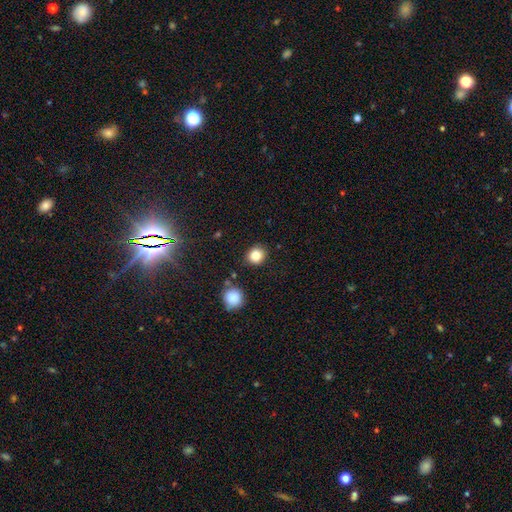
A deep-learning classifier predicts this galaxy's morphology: The model was most divided on "how rounded": round: 84%, in between: 15%, cigar-shaped: 1%. More confident: merging — none (88%); smooth or featured — smooth (84%).